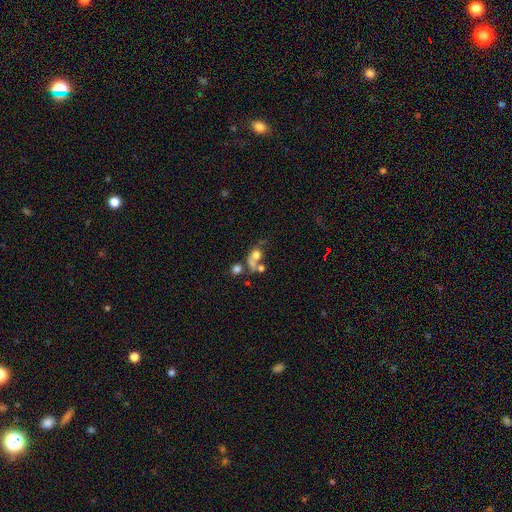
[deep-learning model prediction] A smooth galaxy with no disk features (59%) that is round (60%).

Vote fractions:
- Smooth or featured? smooth: 59% / featured or disk: 25% / star or artifact: 16%
- How rounded? round: 60% / in between: 37% / cigar-shaped: 3%
- Merging? merger: 48% / none: 26% / major disturbance: 15% / minor disturbance: 10%